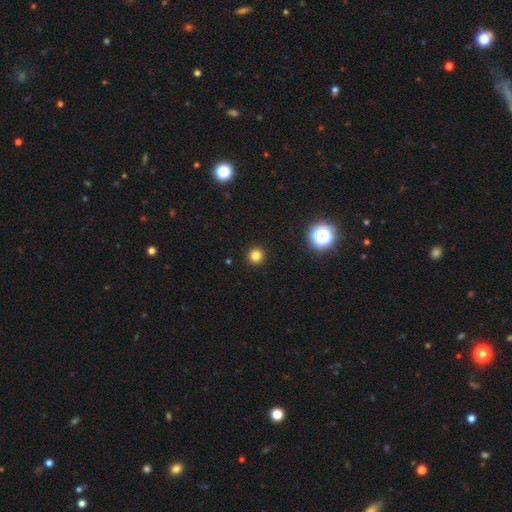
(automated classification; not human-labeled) This appears to be a smooth galaxy with no disk features (80%) that is round (96%). Merging: none (93%).